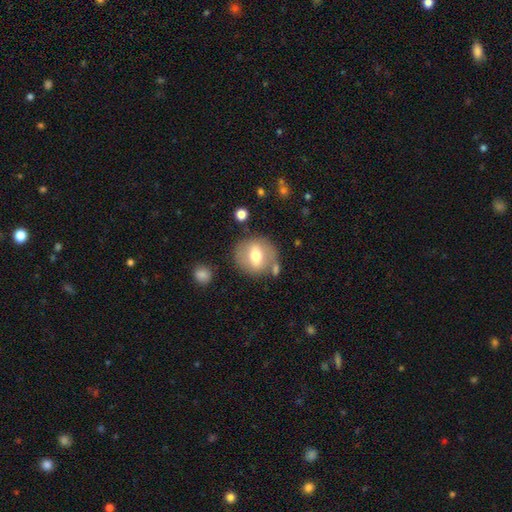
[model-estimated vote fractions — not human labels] smooth-or-featured: smooth: 56% | featured or disk: 36% | star or artifact: 7%
  how-rounded: round: 76% | in between: 22% | cigar-shaped: 1%
  merging: none: 73% | minor disturbance: 14% | merger: 8% | major disturbance: 5%